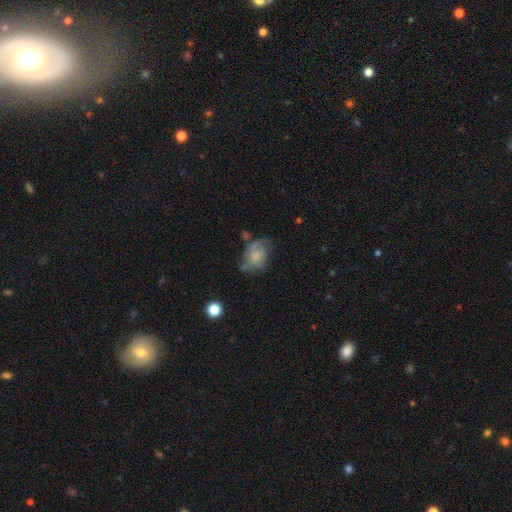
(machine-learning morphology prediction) A smooth galaxy with no disk features (59%) that is in between round and cigar-shaped (79%).

Vote fractions:
- Smooth or featured? smooth: 59% / featured or disk: 32% / star or artifact: 9%
- How rounded? in between: 79% / round: 20% / cigar-shaped: 1%
- Merging? none: 41% / minor disturbance: 33% / major disturbance: 20% / merger: 7%